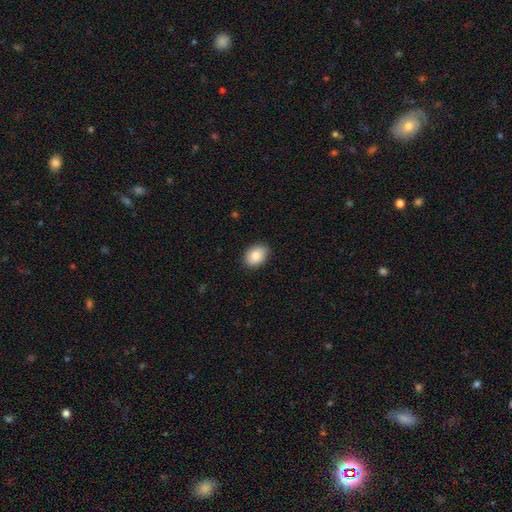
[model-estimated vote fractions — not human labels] Smooth or featured: smooth — 86% (star or artifact — 7%)
How rounded: in between — 74% (round — 25%)
Merging: none — 86% (minor disturbance — 11%)